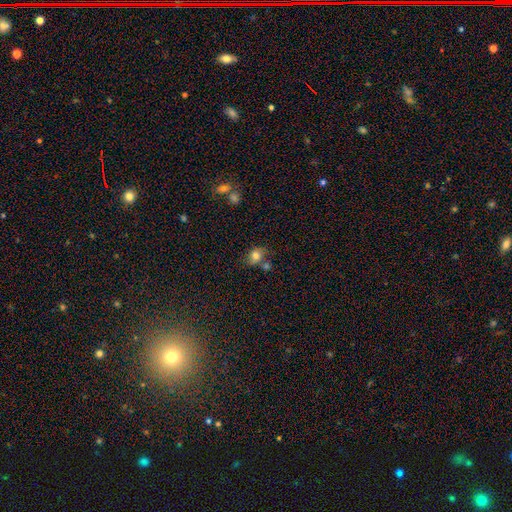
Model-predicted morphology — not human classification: This is likely a smooth galaxy (78%). How rounded: possibly round (51%). Merging: possibly none (58%).